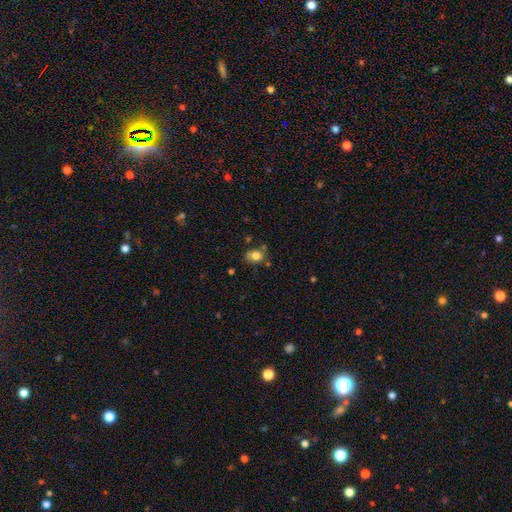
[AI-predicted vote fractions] Morphology: type=smooth (78%); roundness=in between (58%); merging=none (60%).